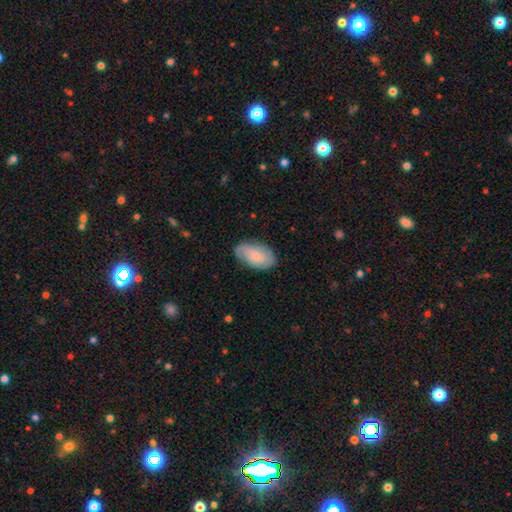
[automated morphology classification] Smooth or featured: smooth — 66% (featured or disk — 27%)
How rounded: in between — 94% (round — 4%)
Merging: none — 77% (minor disturbance — 18%)